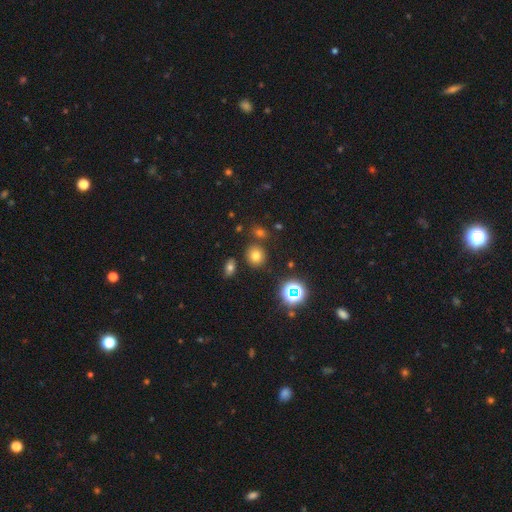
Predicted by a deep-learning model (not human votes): Morphology: type=smooth (69%); roundness=round (81%); merging=none (80%).